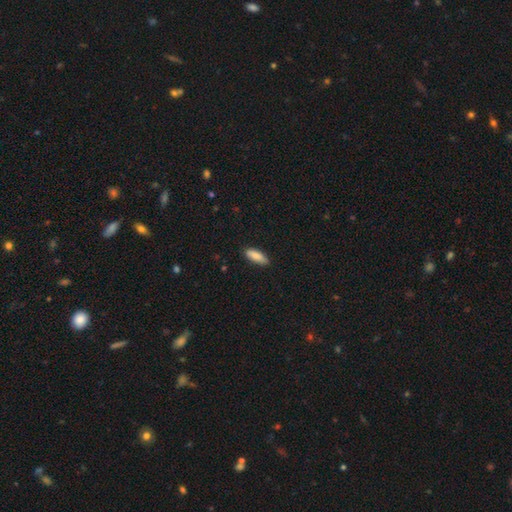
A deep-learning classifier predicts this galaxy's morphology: This is clearly a smooth galaxy (85%). How rounded: likely in between (62%). Merging: clearly none (84%).